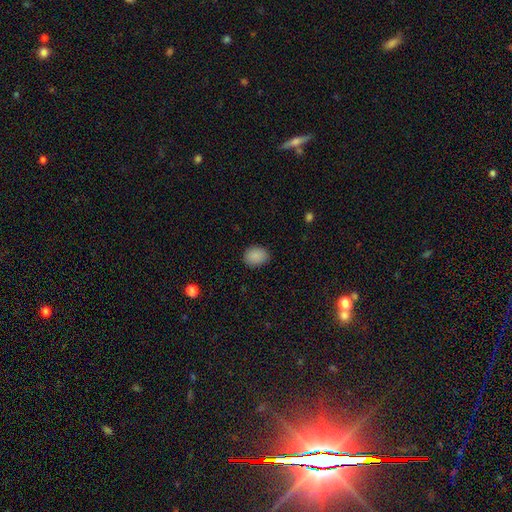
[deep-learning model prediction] The model was most divided on "how rounded": in between: 59%, round: 40%, cigar-shaped: 1%. More confident: smooth or featured — smooth (88%); merging — none (86%).